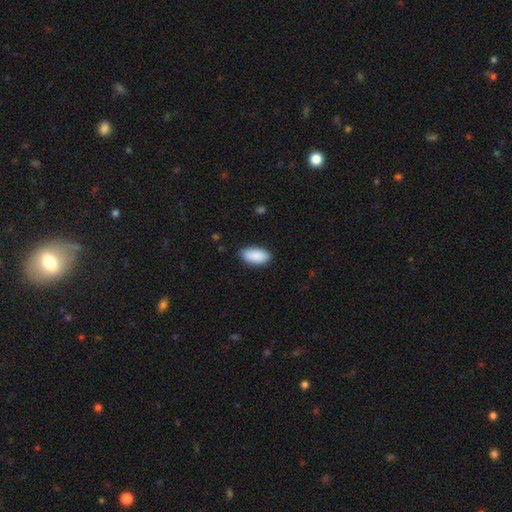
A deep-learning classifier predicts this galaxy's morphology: Smooth or featured?
  - smooth: 90% *
  - star or artifact: 6%
  - featured or disk: 4%
How rounded?
  - in between: 95% *
  - cigar-shaped: 3%
  - round: 2%
Merging?
  - none: 82% *
  - minor disturbance: 15%
  - major disturbance: 2%
  - merger: 1%